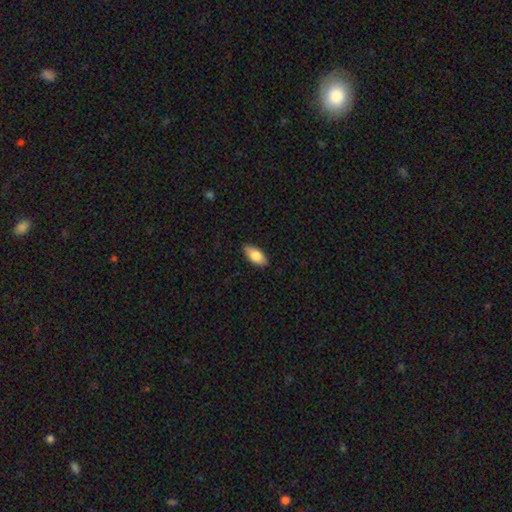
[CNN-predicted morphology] smooth-or-featured: smooth: 79% | featured or disk: 15% | star or artifact: 6%
  how-rounded: in between: 88% | cigar-shaped: 9% | round: 3%
  merging: none: 87% | minor disturbance: 10% | major disturbance: 2% | merger: 1%